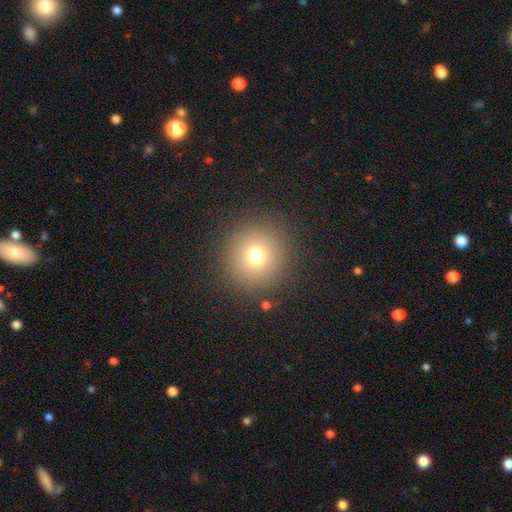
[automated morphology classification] A smooth galaxy with no disk features (74%) that is round (96%). Merging: none (90%).